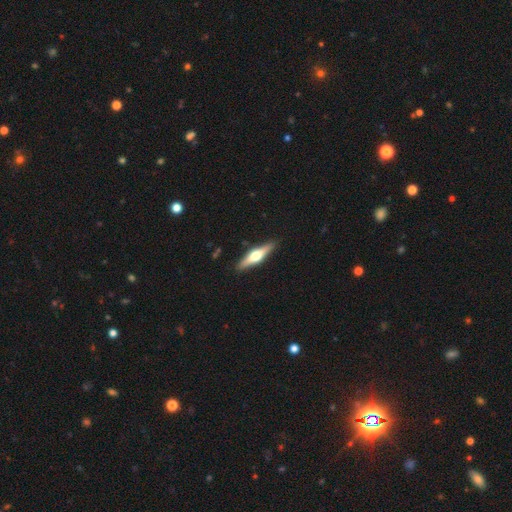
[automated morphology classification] This appears to be a featured or disk galaxy (63%) viewed edge-on (96%) with a rounded central bulge (95%). Merging: none (89%).